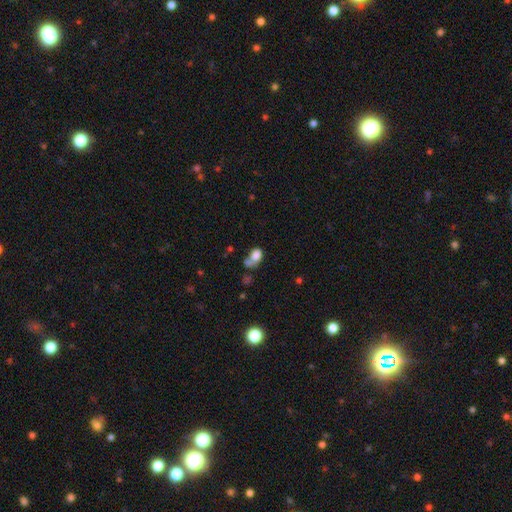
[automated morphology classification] This appears to be a smooth galaxy with no disk features (75%) that is in between round and cigar-shaped (67%). Merging: merger (41%).